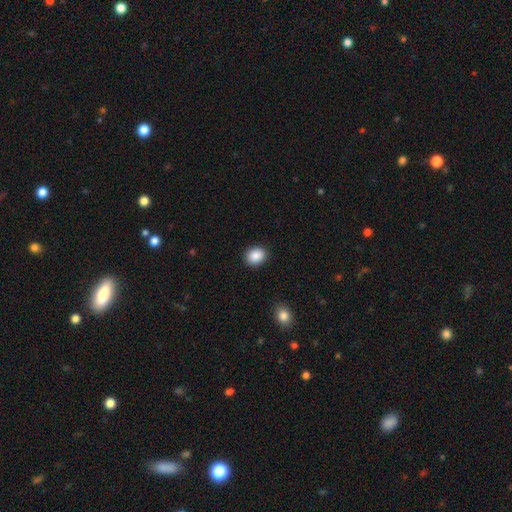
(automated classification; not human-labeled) Smooth or featured? smooth (88%)
How rounded? round (60%)
Merging? none (90%)